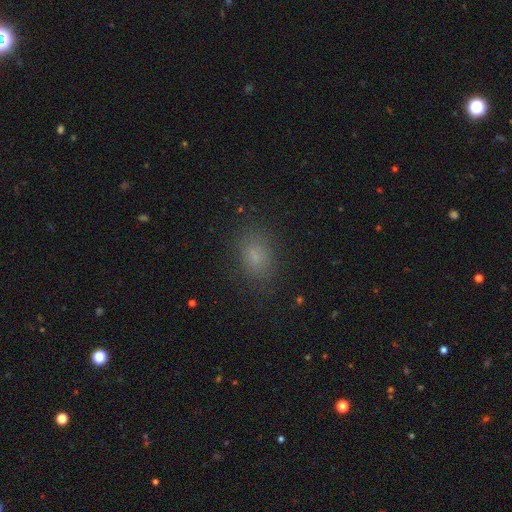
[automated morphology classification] This is likely a smooth galaxy (78%). How rounded: likely in between (76%). Merging: clearly none (83%).